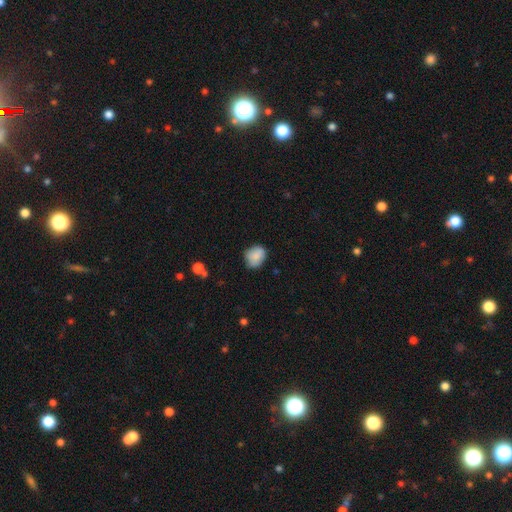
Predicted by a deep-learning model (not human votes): Q: Smooth or featured?
A: smooth (84%); runner-up: featured or disk (8%)
Q: How rounded?
A: round (58%); runner-up: in between (41%)
Q: Merging?
A: none (70%); runner-up: minor disturbance (23%)